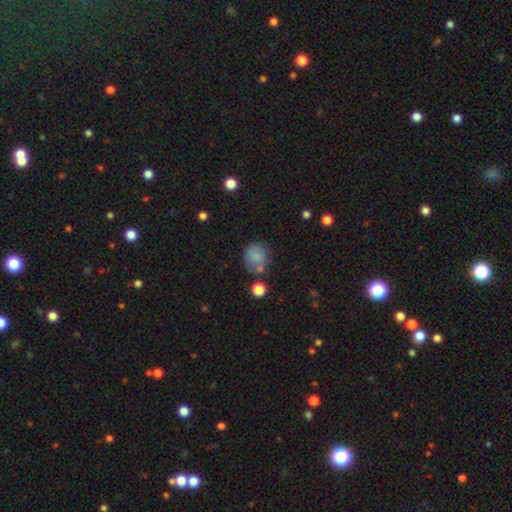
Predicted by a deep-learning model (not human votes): Smooth or featured? Predicted: smooth (p=0.78). How rounded? Predicted: round (p=0.77). Merging? Predicted: none (p=0.60).